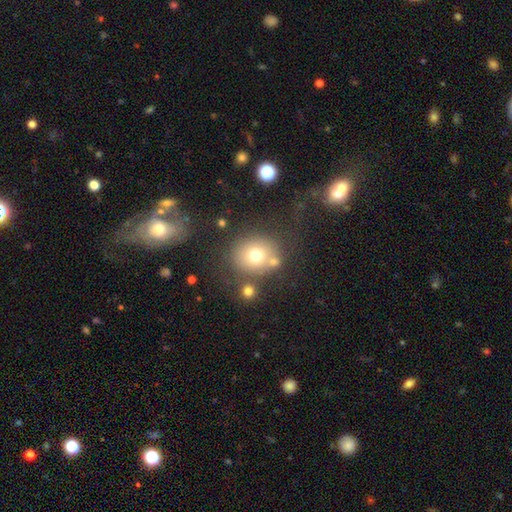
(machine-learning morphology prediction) Q: Smooth or featured?
A: smooth (71%); runner-up: featured or disk (16%)
Q: How rounded?
A: round (81%); runner-up: in between (19%)
Q: Merging?
A: none (67%); runner-up: merger (13%)